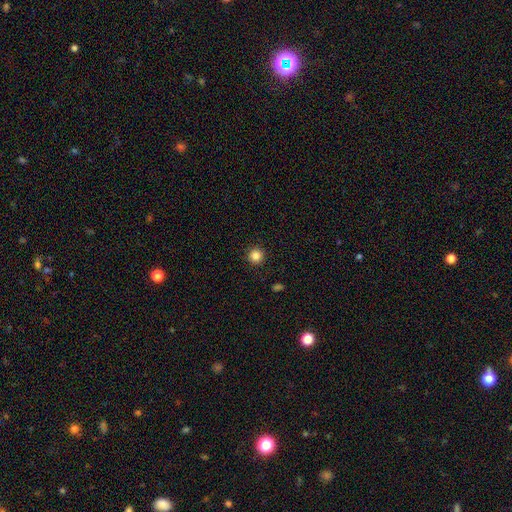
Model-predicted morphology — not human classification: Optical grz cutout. It shows a smooth galaxy with no disk features (85%) that is round (96%). Merging: none (92%).